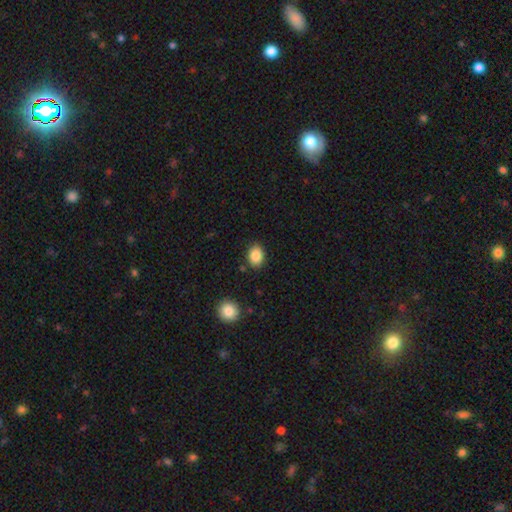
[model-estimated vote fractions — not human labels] Smooth or featured? Predicted: smooth (p=0.86). How rounded? Predicted: in between (p=0.62). Merging? Predicted: none (p=0.85).